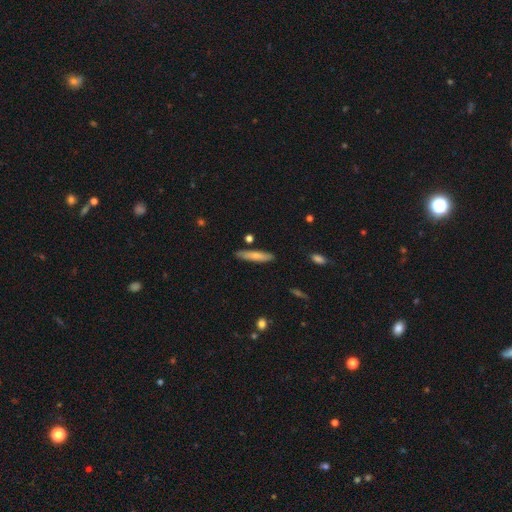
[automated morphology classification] smooth 71%, featured or disk 23%, star or artifact 6%. Down the decision tree: how rounded — cigar-shaped (85%); merging — none (86%).